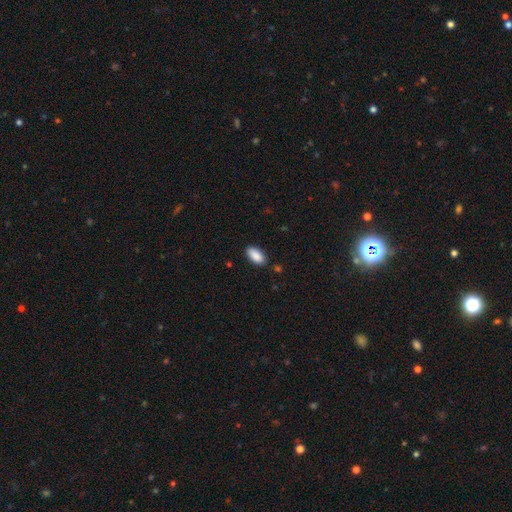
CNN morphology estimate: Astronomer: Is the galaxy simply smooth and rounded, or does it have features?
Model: smooth — 90%.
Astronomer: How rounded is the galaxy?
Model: in between — 93%.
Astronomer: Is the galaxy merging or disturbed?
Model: none — 86%.